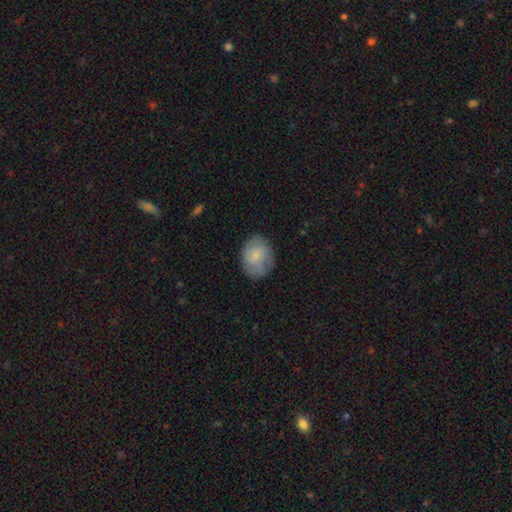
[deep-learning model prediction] Smooth or featured?
  - smooth: 62% *
  - featured or disk: 31%
  - star or artifact: 8%
How rounded?
  - in between: 60% *
  - round: 38%
  - cigar-shaped: 1%
Merging?
  - none: 75% *
  - minor disturbance: 19%
  - major disturbance: 5%
  - merger: 1%